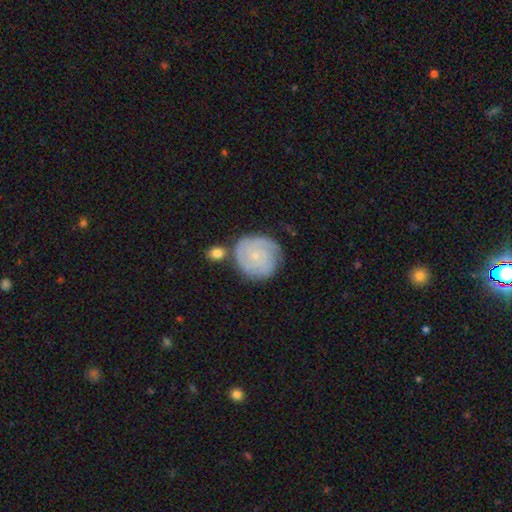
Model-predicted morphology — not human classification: featured or disk 71%, smooth 22%, star or artifact 6%. Down the decision tree: edge-on disk — no (98%); bar — no (80%); spiral arms — yes (93%); spiral arm count — can't tell (30%); spiral winding — tight (76%); bulge size — small (82%); merging — none (70%).